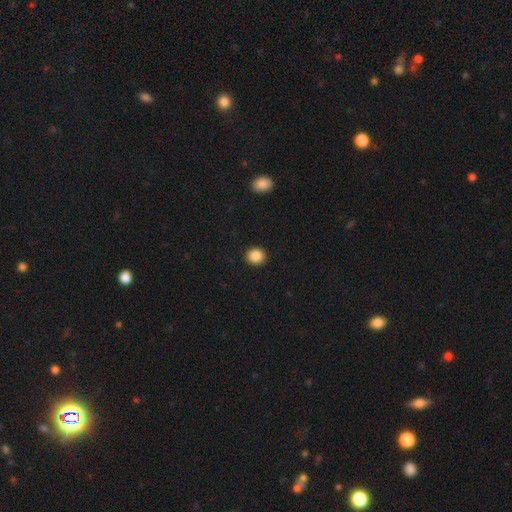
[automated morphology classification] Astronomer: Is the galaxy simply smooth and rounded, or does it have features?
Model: smooth — 87%.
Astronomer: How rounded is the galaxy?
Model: round — 82%.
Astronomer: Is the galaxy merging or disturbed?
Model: none — 92%.